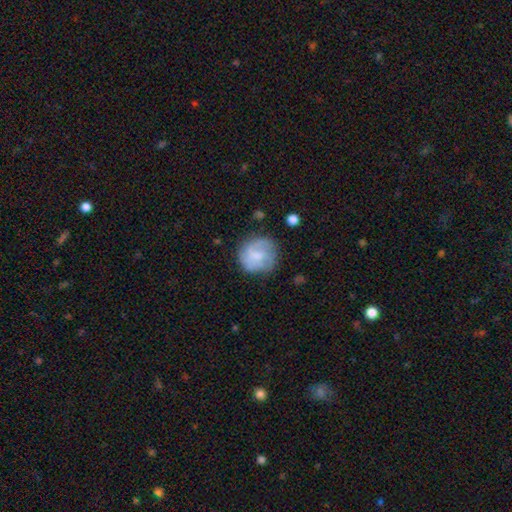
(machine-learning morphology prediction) Overall: smooth (59%; featured or disk 34%). How rounded: round (90%). Merging: none (69%).